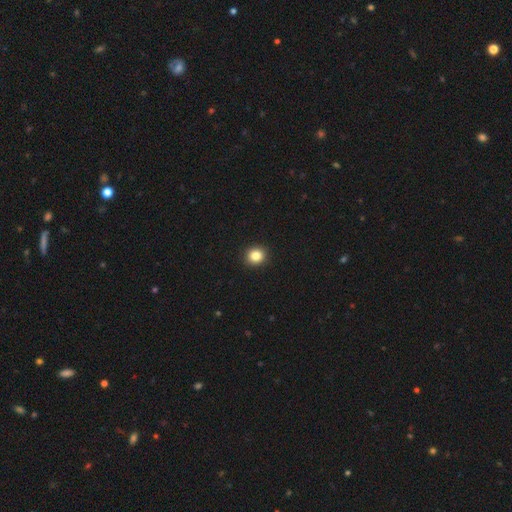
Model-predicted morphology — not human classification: Smooth or featured? Predicted: smooth (p=0.84). How rounded? Predicted: round (p=0.86). Merging? Predicted: none (p=0.93).